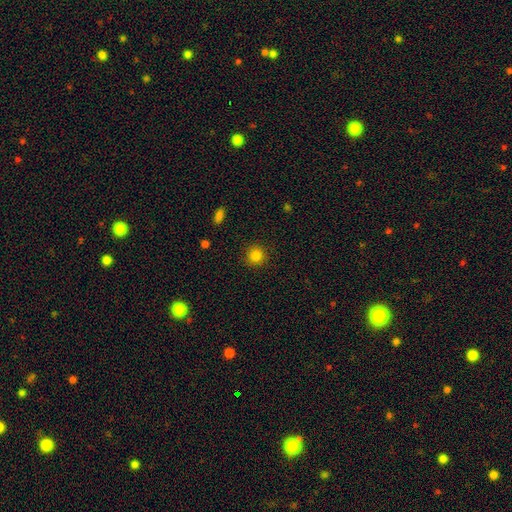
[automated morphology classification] smooth-or-featured: smooth: 83% | star or artifact: 12% | featured or disk: 4%
  how-rounded: round: 93% | in between: 6% | cigar-shaped: 1%
  merging: none: 90% | minor disturbance: 7% | major disturbance: 2% | merger: 1%